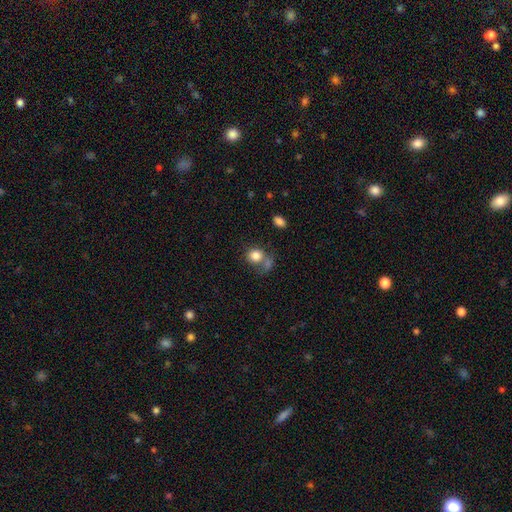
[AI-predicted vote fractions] Overall: smooth (82%). How rounded: round (72%). Merging: none (47%; merger 29%).